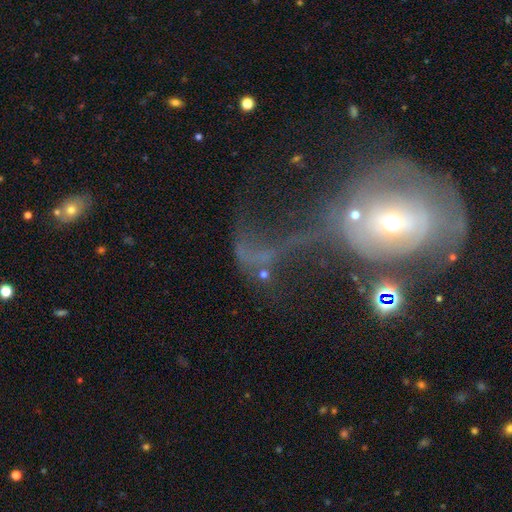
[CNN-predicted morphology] Q: Smooth or featured?
A: featured or disk (44%); runner-up: star or artifact (31%)
Q: Merging?
A: major disturbance (44%); runner-up: merger (28%)